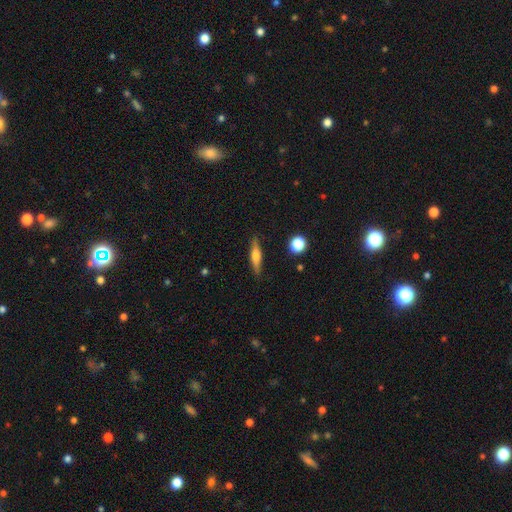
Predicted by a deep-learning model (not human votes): Overall: smooth (48%; featured or disk 45%). Merging: none (86%).